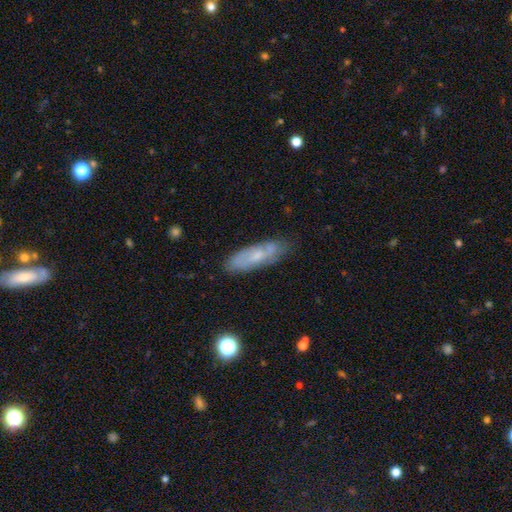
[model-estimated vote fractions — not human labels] Overall: featured or disk (47%; smooth 45%). Merging: none (75%).